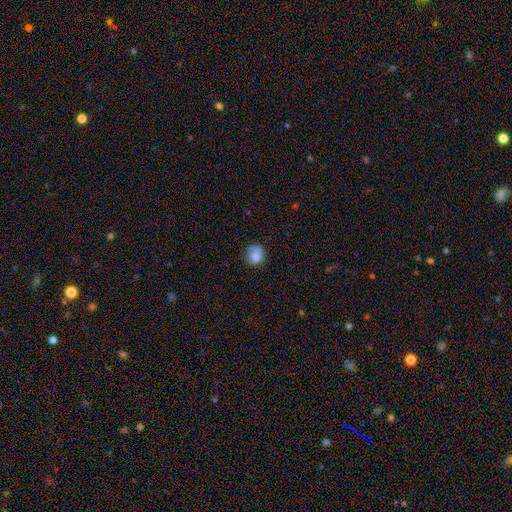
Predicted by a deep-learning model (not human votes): Smooth or featured? Predicted: smooth (p=0.78). How rounded? Predicted: round (p=0.74). Merging? Predicted: none (p=0.52).